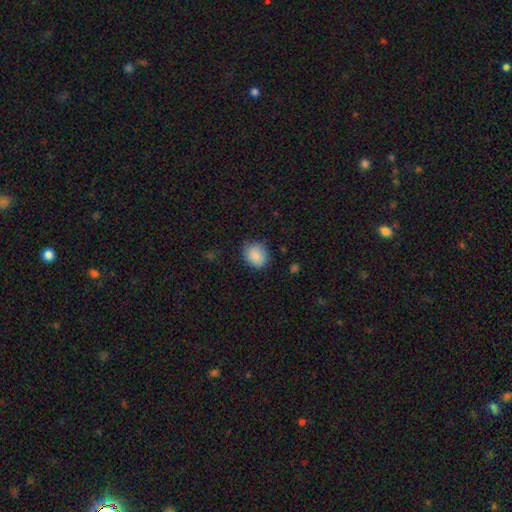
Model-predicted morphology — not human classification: smooth 86%, star or artifact 8%, featured or disk 6%. Down the decision tree: how rounded — round (66%); merging — none (79%).